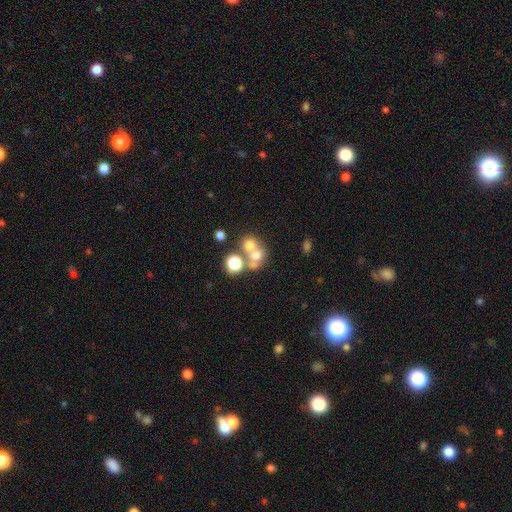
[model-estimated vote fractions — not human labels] This appears to be a smooth galaxy with no disk features (60%) that is round (72%). Merging: merger (51%).